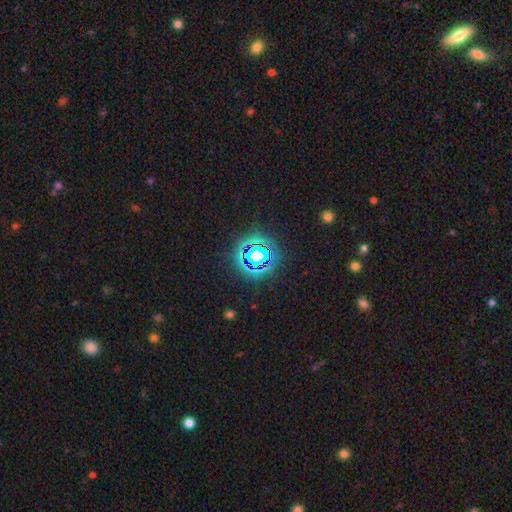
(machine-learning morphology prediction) The model was most divided on "smooth or featured": star or artifact: 76%, smooth: 14%, featured or disk: 10%.